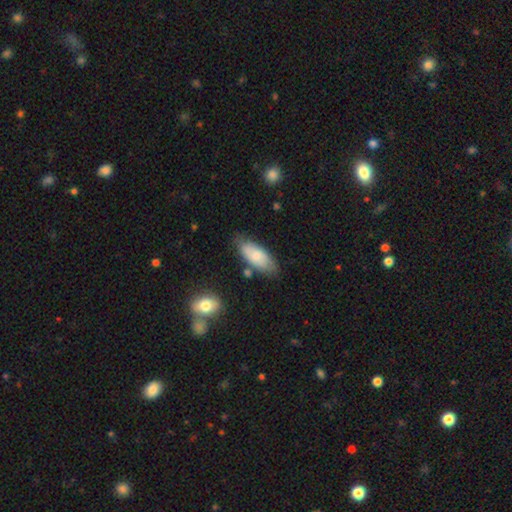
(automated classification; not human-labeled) Smooth or featured?
  - smooth: 72% *
  - featured or disk: 22%
  - star or artifact: 6%
How rounded?
  - in between: 83% *
  - cigar-shaped: 15%
  - round: 2%
Merging?
  - none: 70% *
  - minor disturbance: 21%
  - merger: 6%
  - major disturbance: 4%